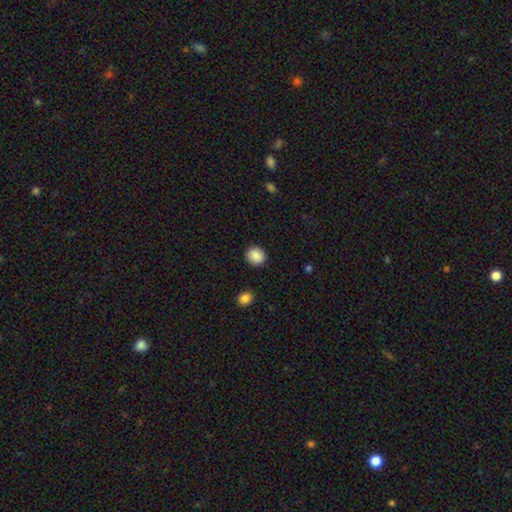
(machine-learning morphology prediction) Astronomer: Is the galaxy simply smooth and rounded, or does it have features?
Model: smooth — 88%.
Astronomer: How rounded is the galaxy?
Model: round — 87%.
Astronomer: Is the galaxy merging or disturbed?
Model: none — 90%.